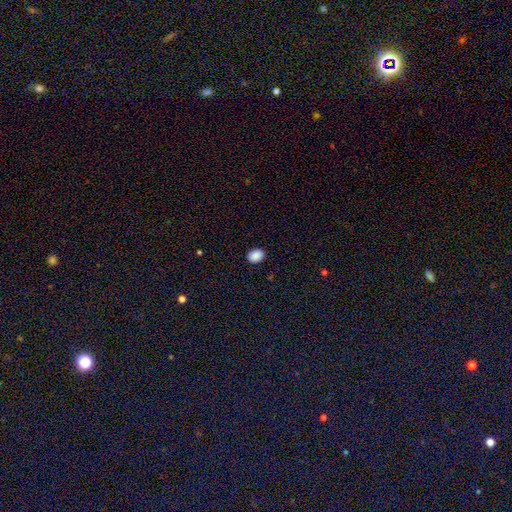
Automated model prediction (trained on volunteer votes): Smooth or featured?
  - smooth: 89% *
  - star or artifact: 8%
  - featured or disk: 3%
How rounded?
  - in between: 60% *
  - round: 40%
  - cigar-shaped: 1%
Merging?
  - none: 90% *
  - minor disturbance: 7%
  - major disturbance: 2%
  - merger: 1%